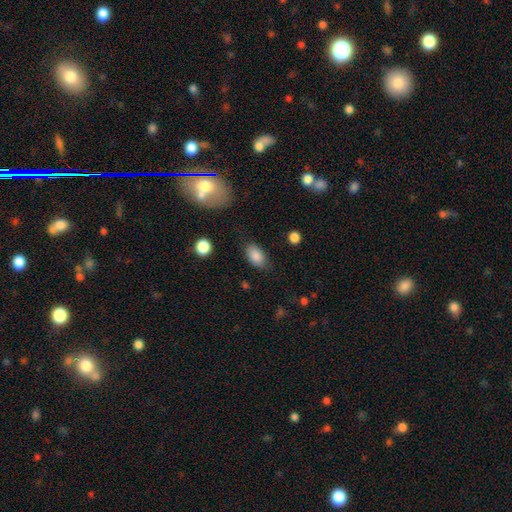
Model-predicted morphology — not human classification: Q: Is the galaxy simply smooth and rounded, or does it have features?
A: smooth — 86%.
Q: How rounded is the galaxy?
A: in between — 92%.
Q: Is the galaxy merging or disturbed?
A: none — 81%.